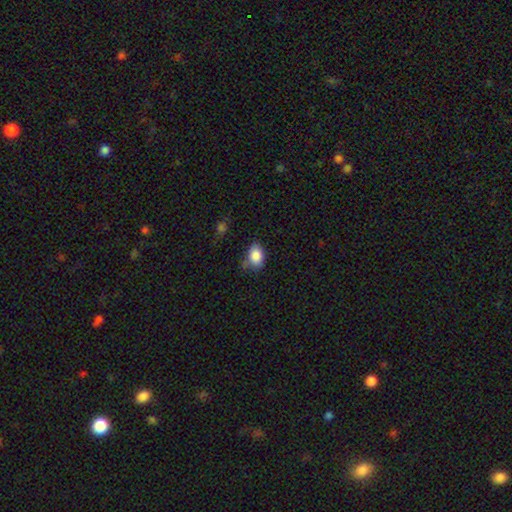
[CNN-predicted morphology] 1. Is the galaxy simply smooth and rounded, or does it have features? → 86% smooth, 8% star or artifact, 6% featured or disk.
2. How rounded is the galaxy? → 80% in between, 19% round, 1% cigar-shaped.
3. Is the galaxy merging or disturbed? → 62% none, 27% minor disturbance, 6% major disturbance, 4% merger.